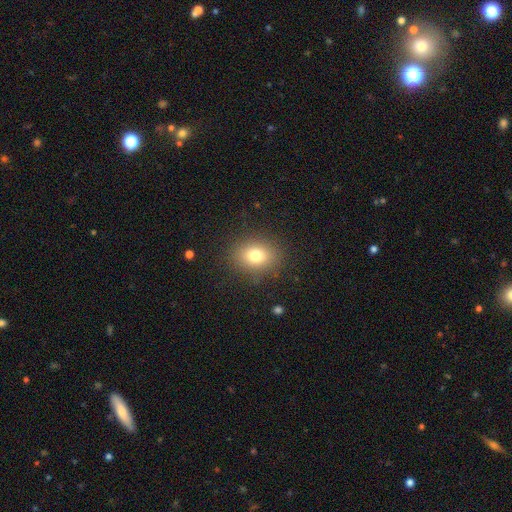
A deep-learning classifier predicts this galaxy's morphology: Smooth or featured? smooth (74%)
How rounded? in between (51%)
Merging? none (90%)